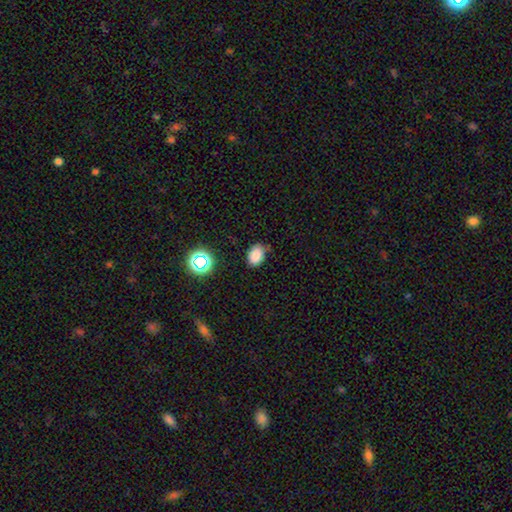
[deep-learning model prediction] smooth 81%, star or artifact 14%, featured or disk 6%. Down the decision tree: how rounded — in between (78%); merging — none (75%).